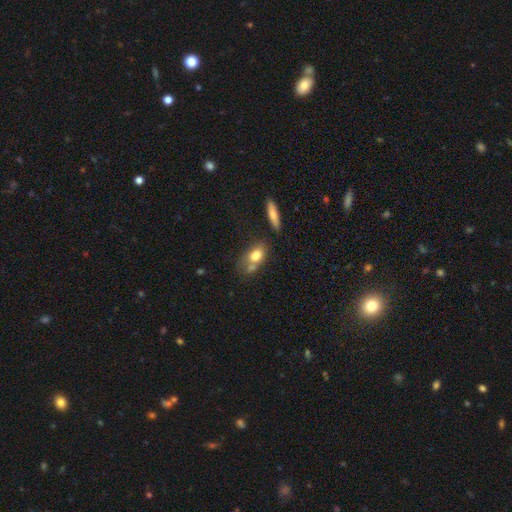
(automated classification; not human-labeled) Morphology: type=smooth (75%); roundness=in between (78%); merging=none (43%).